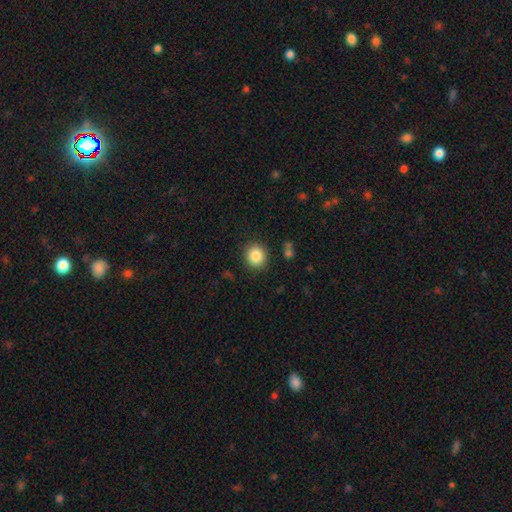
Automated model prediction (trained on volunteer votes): smooth-or-featured: smooth: 85% | star or artifact: 10% | featured or disk: 5%
  how-rounded: round: 86% | in between: 13% | cigar-shaped: 1%
  merging: none: 88% | minor disturbance: 8% | major disturbance: 3% | merger: 2%